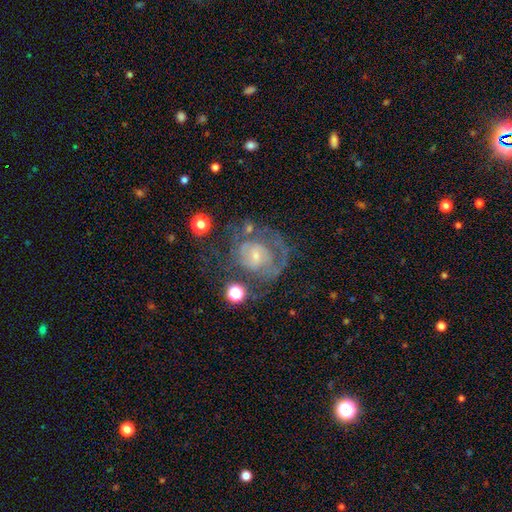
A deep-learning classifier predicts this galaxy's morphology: A featured or disk galaxy (73%) with no bar (57%), tight (51%) spiral arms (77%) and a small central bulge (68%).

Vote fractions:
- Smooth or featured? featured or disk: 73% / smooth: 17% / star or artifact: 9%
- Edge-on disk? no: 97% / yes: 3%
- Bar? no: 57% / weak: 35% / strong: 7%
- Spiral arms? yes: 77% / no: 23%
- Spiral winding? tight: 51% / medium: 35% / loose: 14%
- Spiral arm count? can't tell: 44% / 2: 29% / 1: 11% / 3: 10% / 4: 4% / more than 4: 3%
- Bulge size? small: 68% / moderate: 22% / none: 6% / large: 2% / dominant: 1%
- Merging? none: 48% / major disturbance: 26% / minor disturbance: 21% / merger: 6%